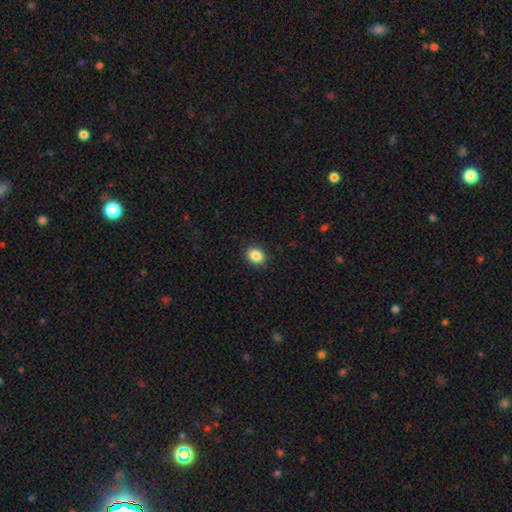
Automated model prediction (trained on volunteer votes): Smooth or featured? Predicted: smooth (p=0.87). How rounded? Predicted: in between (p=0.62). Merging? Predicted: none (p=0.90).